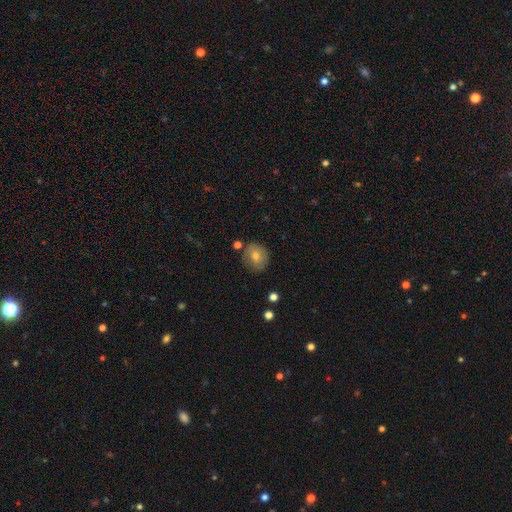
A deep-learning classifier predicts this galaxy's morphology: Overall: smooth (64%; featured or disk 24%). How rounded: round (74%). Merging: none (78%).